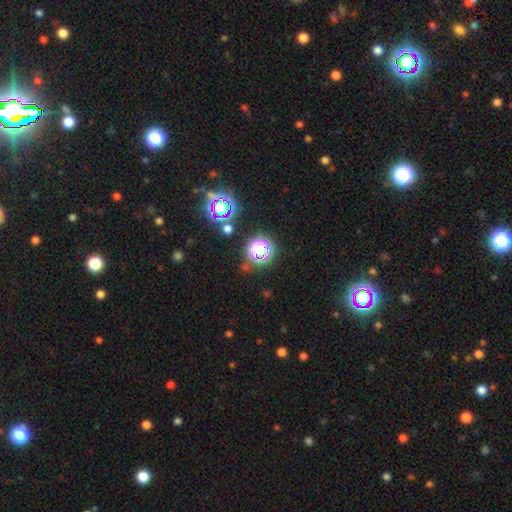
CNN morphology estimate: Q: Smooth or featured?
A: star or artifact (75%); runner-up: smooth (18%)